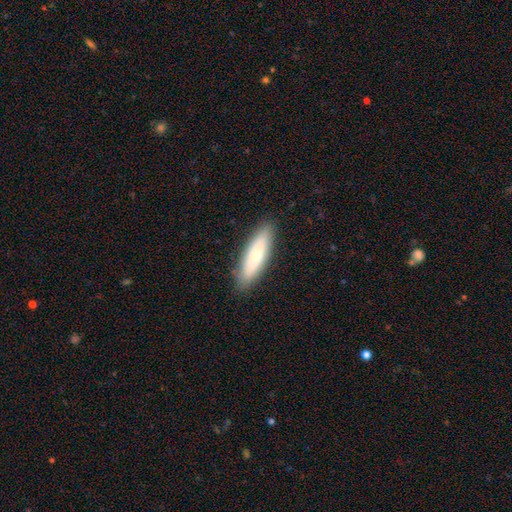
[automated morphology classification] Smooth or featured?
  - smooth: 76% *
  - featured or disk: 19%
  - star or artifact: 6%
How rounded?
  - cigar-shaped: 61% *
  - in between: 37%
  - round: 2%
Merging?
  - none: 88% *
  - minor disturbance: 9%
  - major disturbance: 2%
  - merger: 1%